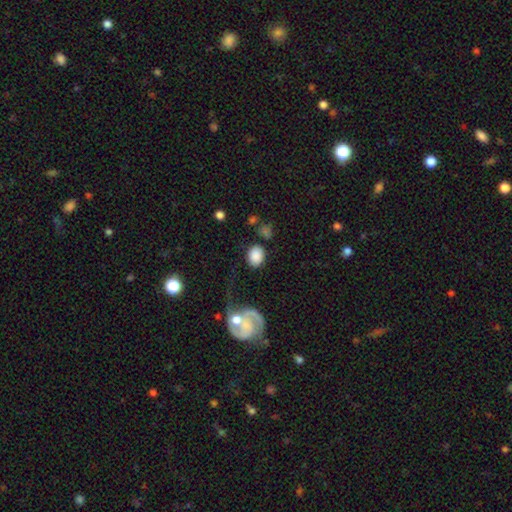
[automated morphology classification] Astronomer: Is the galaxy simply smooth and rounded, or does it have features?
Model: smooth — 84%.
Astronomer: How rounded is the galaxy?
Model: in between — 56% (runner-up: round, 43%).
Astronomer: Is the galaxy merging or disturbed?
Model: none — 68%.